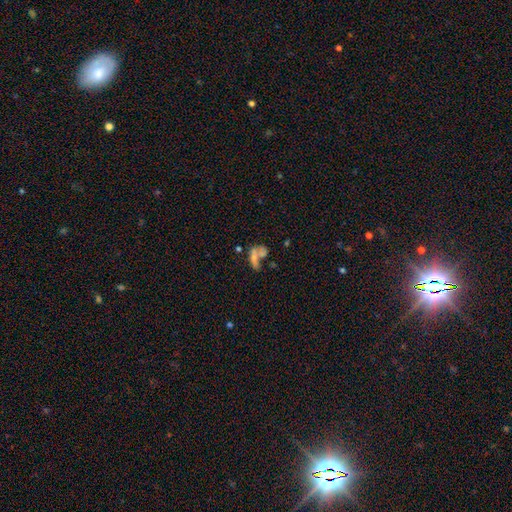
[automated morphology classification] smooth_or_featured: smooth (p=0.56) [alt: featured or disk p=0.30]
how_rounded: in between (p=0.66) [alt: cigar-shaped p=0.19]
merging: merger (p=0.53) [alt: none p=0.23]